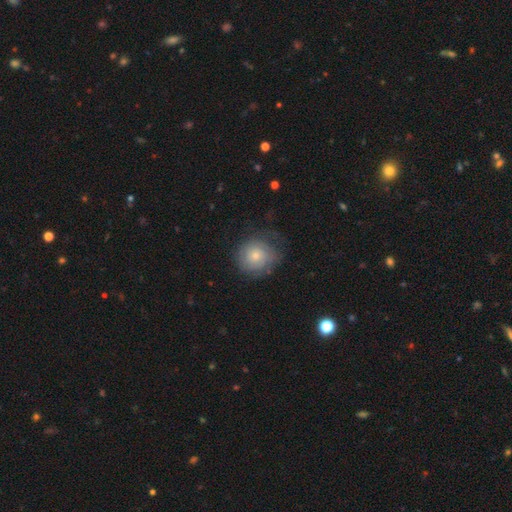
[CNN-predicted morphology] A smooth galaxy with no disk features (59%) that is round (83%).

Vote fractions:
- Smooth or featured? smooth: 59% / featured or disk: 34% / star or artifact: 7%
- How rounded? round: 83% / in between: 16% / cigar-shaped: 1%
- Merging? none: 60% / minor disturbance: 24% / major disturbance: 14% / merger: 1%